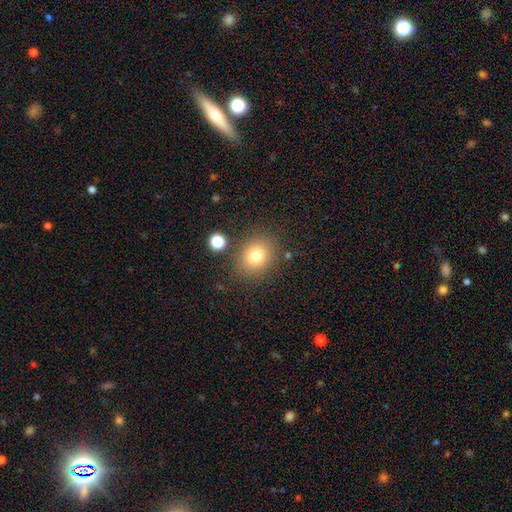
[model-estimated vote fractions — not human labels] Smooth or featured: smooth — 78% (star or artifact — 12%)
How rounded: round — 62% (in between — 37%)
Merging: none — 81% (minor disturbance — 11%)